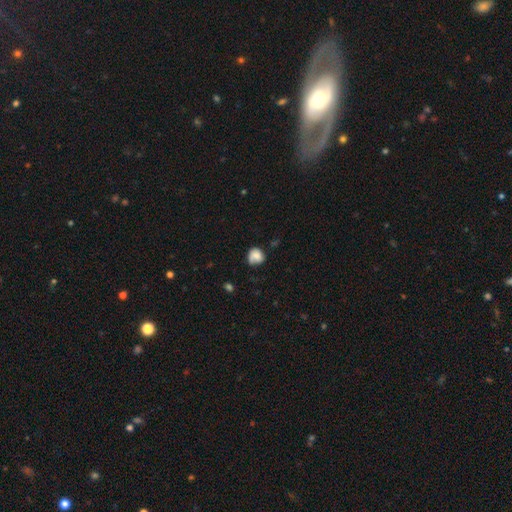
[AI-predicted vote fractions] The model was most divided on "merging": none: 51%, minor disturbance: 32%, major disturbance: 14%, merger: 4%. More confident: how rounded — round (71%); smooth or featured — smooth (67%).